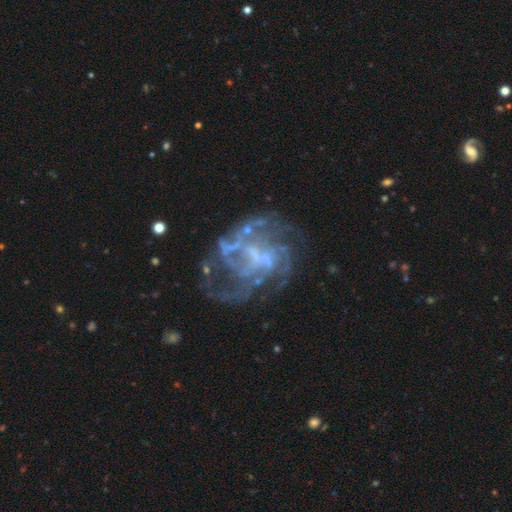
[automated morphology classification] type=featured or disk (84%); edge-on=no (98%); bar=weak (43%); spiral arms=yes (86%); winding=medium (44%); arm count=can't tell (32%); bulge=none (51%); merging=none (54%).